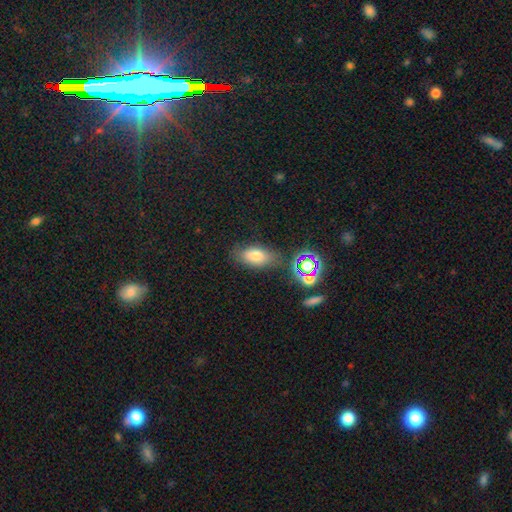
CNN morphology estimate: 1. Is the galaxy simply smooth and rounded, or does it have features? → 73% smooth, 14% star or artifact, 12% featured or disk.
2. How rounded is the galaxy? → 85% in between, 8% round, 7% cigar-shaped.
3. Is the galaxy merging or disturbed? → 74% none, 15% minor disturbance, 6% merger, 5% major disturbance.